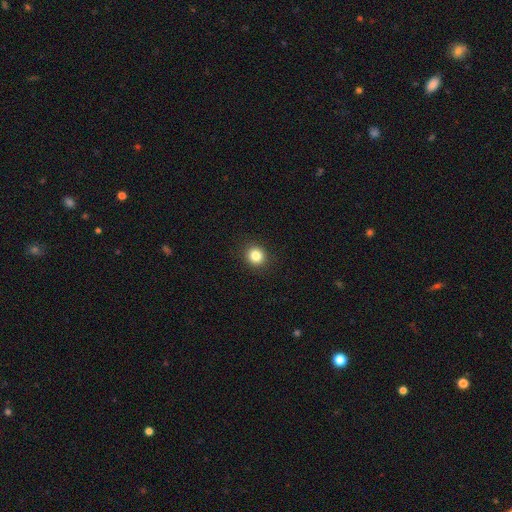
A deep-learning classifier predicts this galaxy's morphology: smooth-or-featured: smooth: 84% | star or artifact: 11% | featured or disk: 5%
  how-rounded: round: 87% | in between: 12% | cigar-shaped: 1%
  merging: none: 92% | minor disturbance: 5% | major disturbance: 2% | merger: 1%